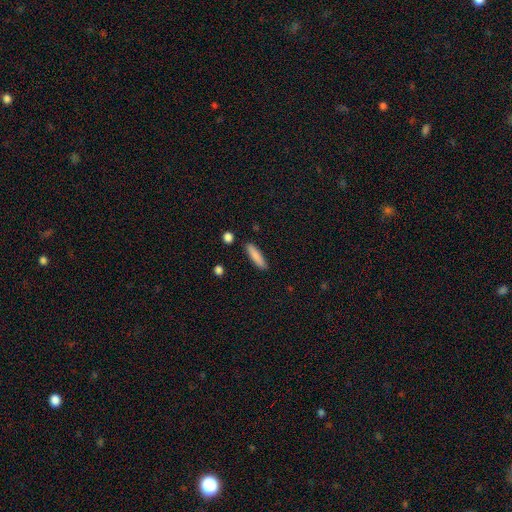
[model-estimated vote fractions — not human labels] Smooth or featured: smooth — 84% (featured or disk — 9%)
How rounded: cigar-shaped — 77% (in between — 21%)
Merging: none — 87% (minor disturbance — 9%)